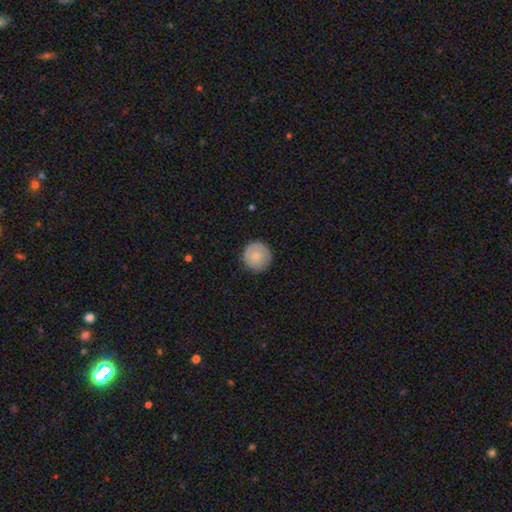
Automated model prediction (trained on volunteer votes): smooth_or_featured: smooth (p=0.74) [alt: featured or disk p=0.20]
how_rounded: round (p=0.95) [alt: in between p=0.04]
merging: none (p=0.87) [alt: minor disturbance p=0.10]